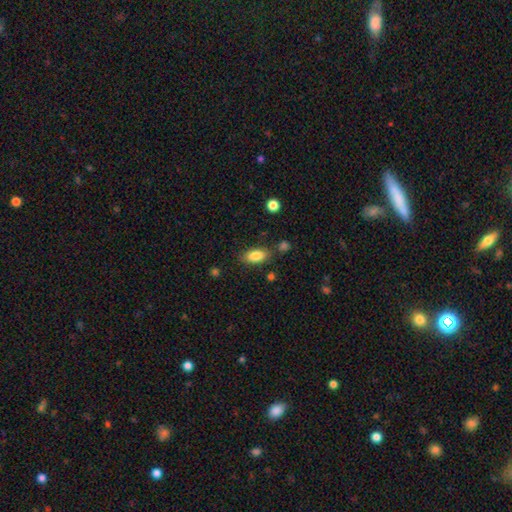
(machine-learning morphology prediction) smooth 85%, featured or disk 7%, star or artifact 7%. Down the decision tree: how rounded — in between (88%); merging — none (80%).